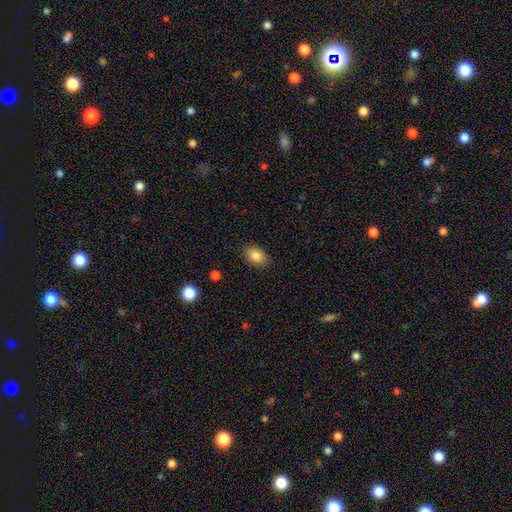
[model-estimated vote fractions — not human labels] Morphology: type=smooth (84%); roundness=in between (78%); merging=none (86%).